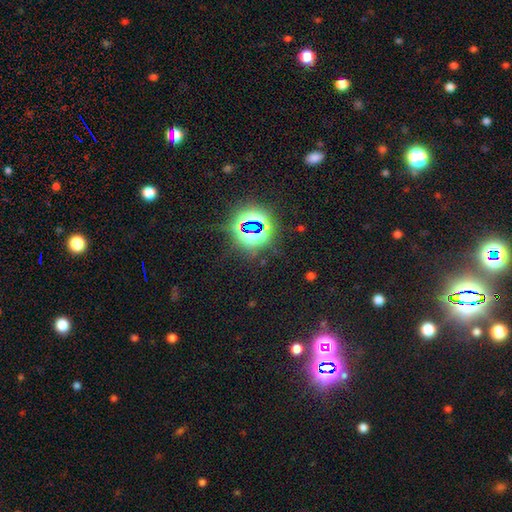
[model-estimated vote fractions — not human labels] Morphology: type=star or artifact (80%).